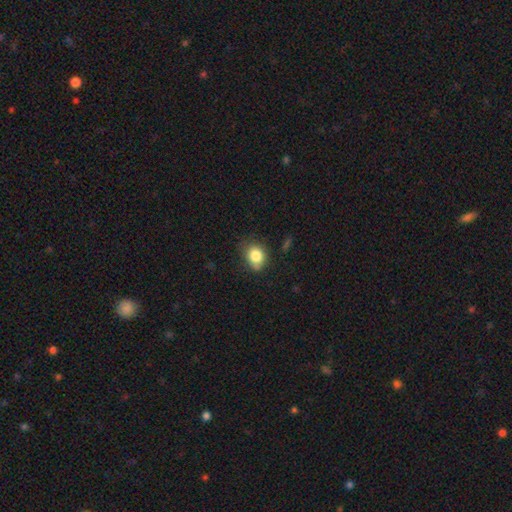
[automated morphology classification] type=smooth (82%); roundness=round (55%); merging=none (62%).